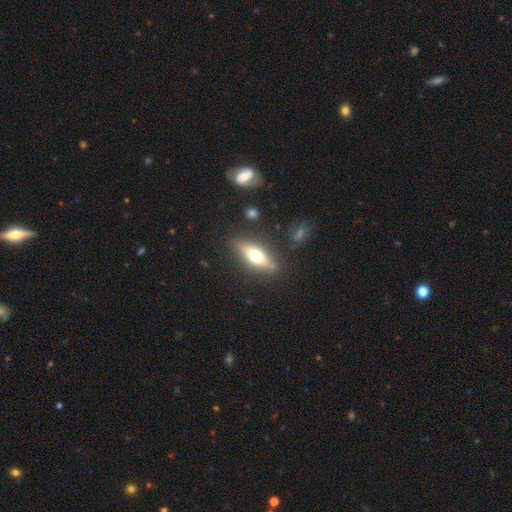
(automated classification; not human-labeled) smooth 57%, featured or disk 36%, star or artifact 7%. Down the decision tree: how rounded — in between (58%); merging — none (81%).